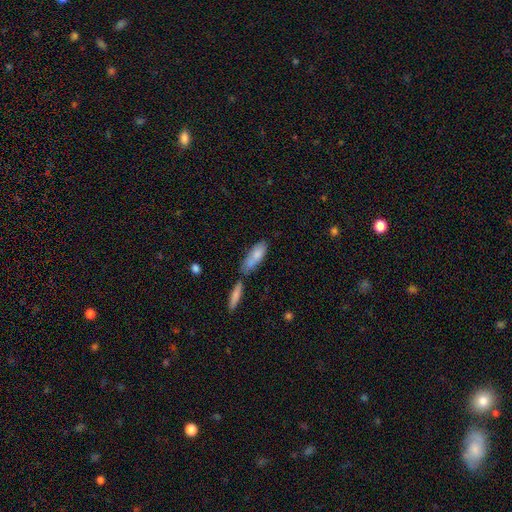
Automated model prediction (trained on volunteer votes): The model was most divided on "merging": none: 40%, merger: 36%, minor disturbance: 18%, major disturbance: 6%. More confident: smooth or featured — smooth (78%); how rounded — in between (60%).